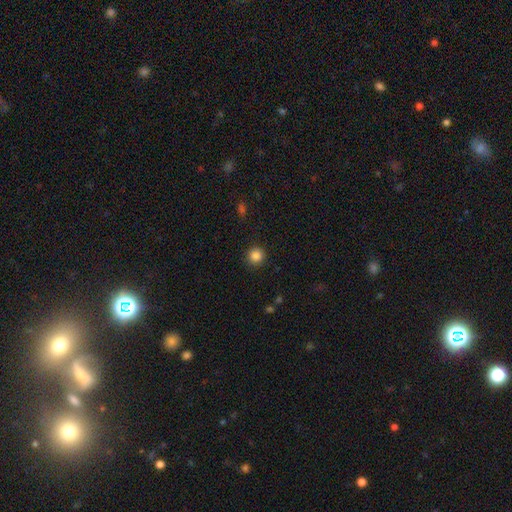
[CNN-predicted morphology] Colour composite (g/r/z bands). It shows a smooth galaxy with no disk features (86%) that is round (95%). Merging: none (91%).